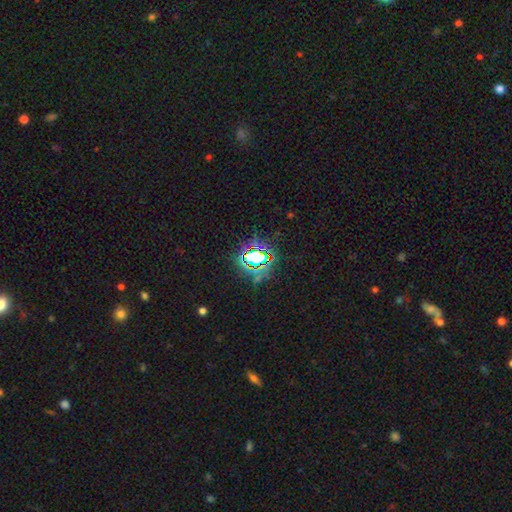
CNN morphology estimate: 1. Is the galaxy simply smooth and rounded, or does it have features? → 75% star or artifact, 15% smooth, 11% featured or disk.